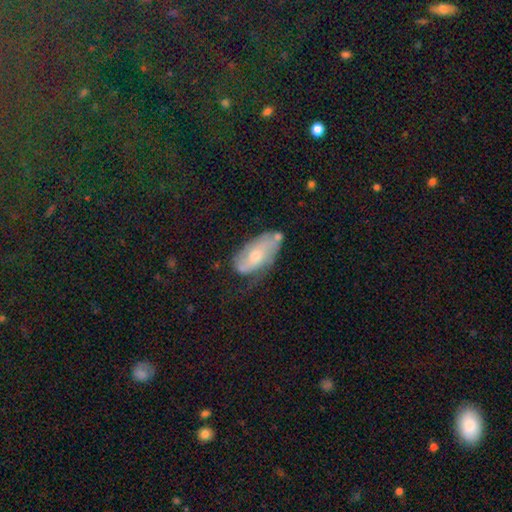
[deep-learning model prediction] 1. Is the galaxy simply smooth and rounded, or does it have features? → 55% featured or disk, 37% smooth, 8% star or artifact.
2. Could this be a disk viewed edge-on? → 91% no, 9% yes.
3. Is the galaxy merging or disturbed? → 46% none, 31% minor disturbance, 16% major disturbance, 6% merger.